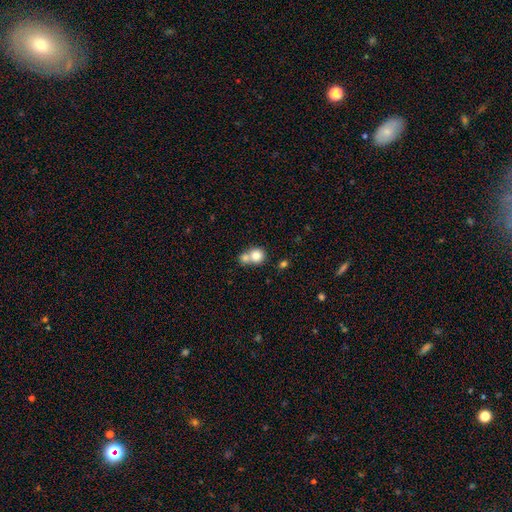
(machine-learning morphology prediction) smooth_or_featured: smooth (p=0.79) [alt: featured or disk p=0.11]
how_rounded: round (p=0.84) [alt: in between p=0.15]
merging: merger (p=0.55) [alt: none p=0.35]